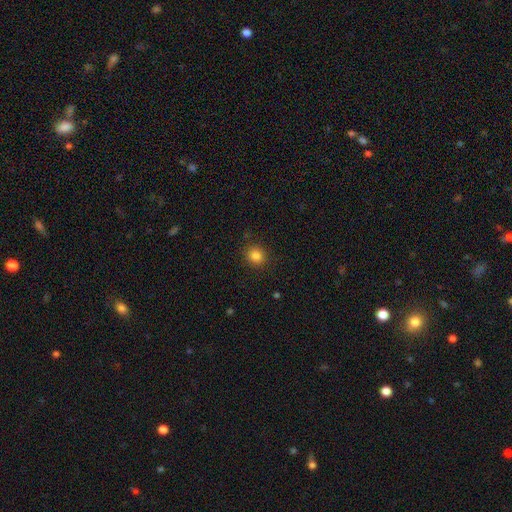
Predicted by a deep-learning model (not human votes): Smooth or featured? Predicted: smooth (p=0.83). How rounded? Predicted: round (p=0.86). Merging? Predicted: none (p=0.89).